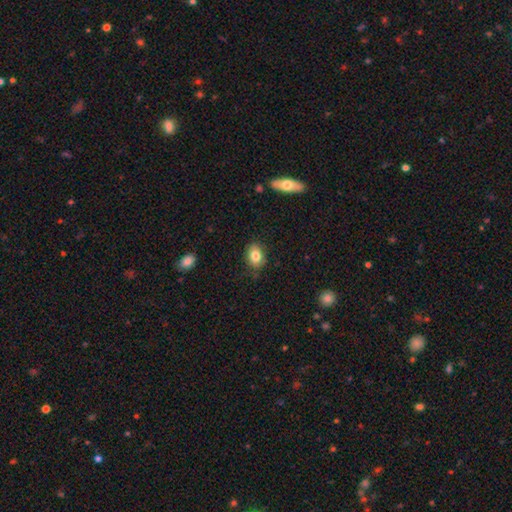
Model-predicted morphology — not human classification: A smooth galaxy with no disk features (82%) that is in between round and cigar-shaped (68%).

Vote fractions:
- Smooth or featured? smooth: 82% / featured or disk: 10% / star or artifact: 9%
- How rounded? in between: 68% / round: 31% / cigar-shaped: 1%
- Merging? none: 82% / minor disturbance: 14% / major disturbance: 3% / merger: 1%